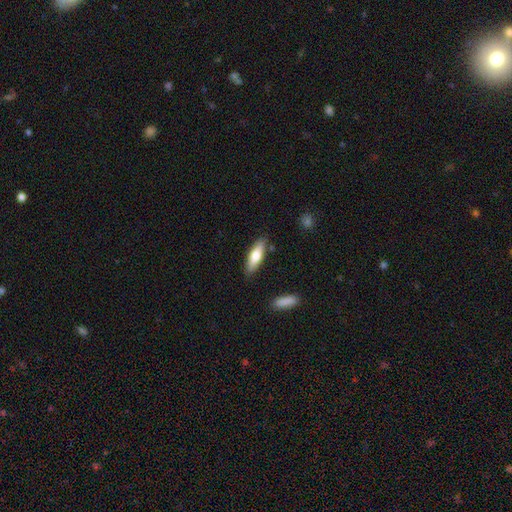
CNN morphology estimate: This is likely a smooth galaxy (68%). How rounded: possibly cigar-shaped (55%). Merging: clearly none (84%).